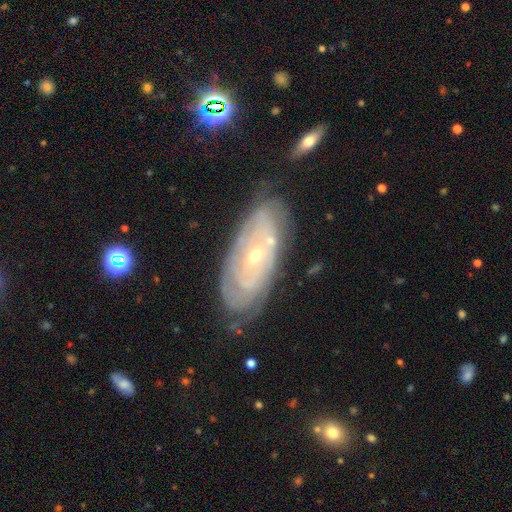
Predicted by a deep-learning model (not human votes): smooth_or_featured: featured or disk (p=0.80) [alt: smooth p=0.13]
disk_edge_on: no (p=0.90) [alt: yes p=0.10]
bar: no (p=0.69) [alt: weak p=0.24]
has_spiral_arms: yes (p=0.85) [alt: no p=0.15]
spiral_winding: tight (p=0.81) [alt: medium p=0.15]
spiral_arm_count: can't tell (p=0.59) [alt: 2 p=0.15]
bulge_size: small (p=0.66) [alt: moderate p=0.31]
merging: none (p=0.72) [alt: minor disturbance p=0.19]